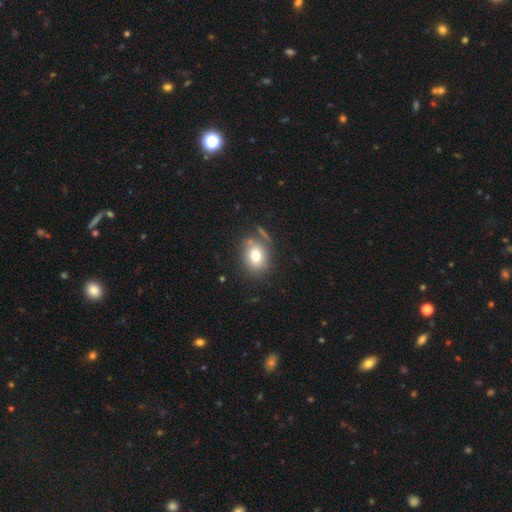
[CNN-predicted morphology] Smooth or featured? smooth (76%)
How rounded? in between (50%)
Merging? none (68%)